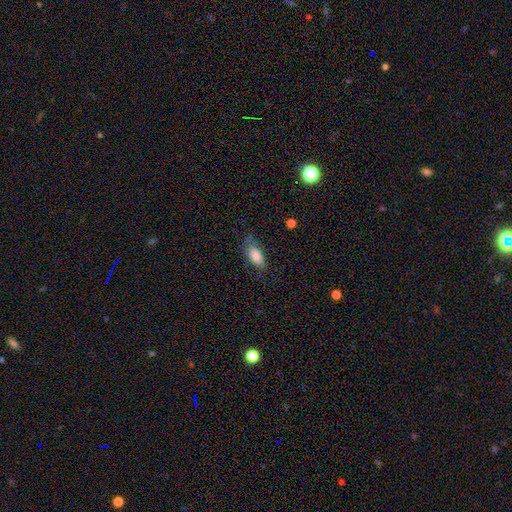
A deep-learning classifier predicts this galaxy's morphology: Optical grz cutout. It shows a smooth galaxy with no disk features (80%) that is in between round and cigar-shaped (84%). Merging: none (65%).